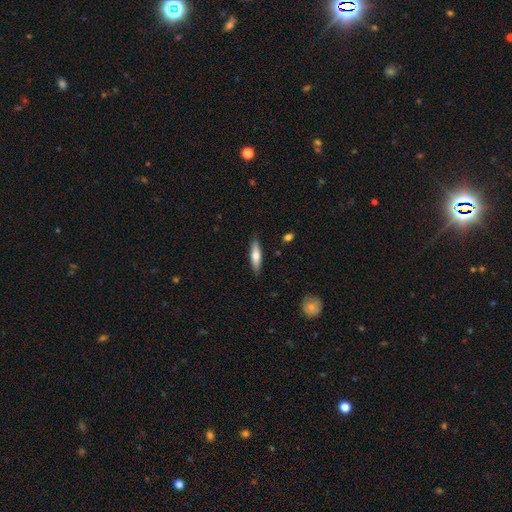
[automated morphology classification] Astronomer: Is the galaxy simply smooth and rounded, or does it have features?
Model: smooth — 61%.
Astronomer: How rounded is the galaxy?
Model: cigar-shaped — 72%.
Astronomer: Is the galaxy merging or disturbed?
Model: none — 87%.